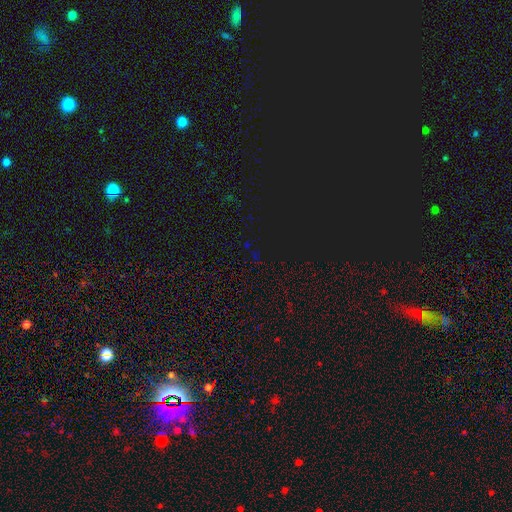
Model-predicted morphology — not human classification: Q: Smooth or featured?
A: star or artifact (77%); runner-up: smooth (16%)